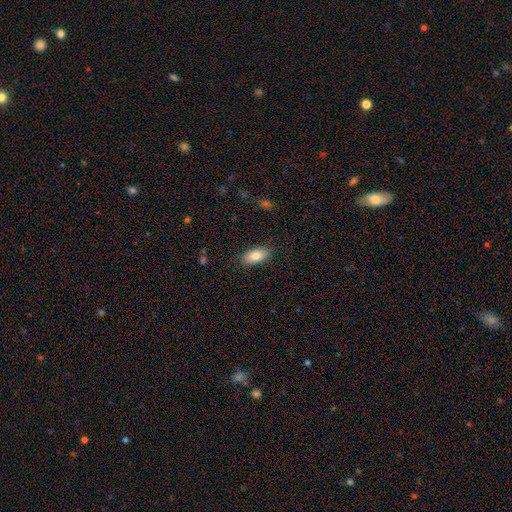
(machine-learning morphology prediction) This is clearly a smooth galaxy (83%). How rounded: clearly in between (90%). Merging: clearly none (85%).